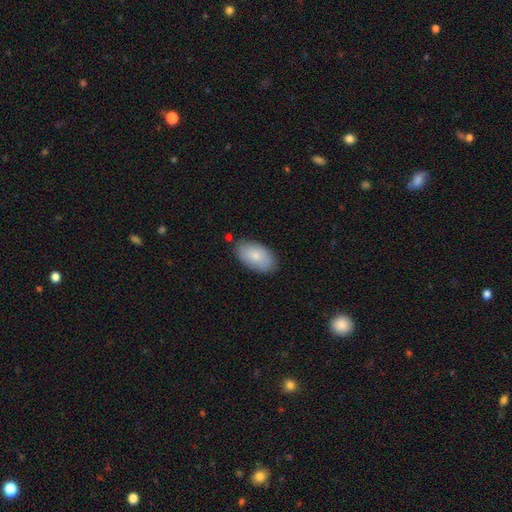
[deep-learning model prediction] smooth_or_featured: smooth (p=0.78) [alt: featured or disk p=0.16]
how_rounded: in between (p=0.95) [alt: round p=0.03]
merging: none (p=0.81) [alt: minor disturbance p=0.14]